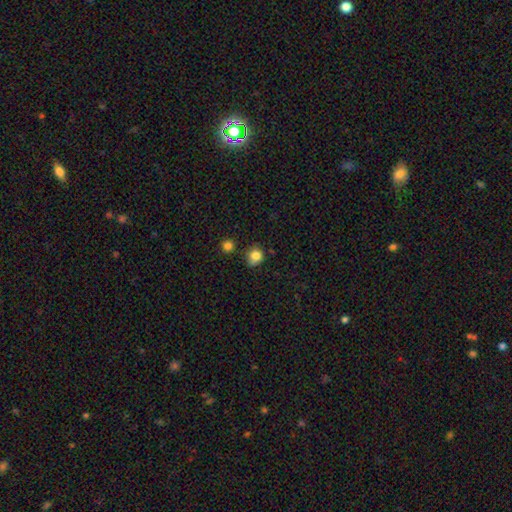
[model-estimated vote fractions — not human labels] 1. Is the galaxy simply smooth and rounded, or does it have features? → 82% smooth, 11% star or artifact, 7% featured or disk.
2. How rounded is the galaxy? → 77% round, 22% in between, 1% cigar-shaped.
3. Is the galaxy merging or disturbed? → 64% none, 26% minor disturbance, 6% major disturbance, 5% merger.